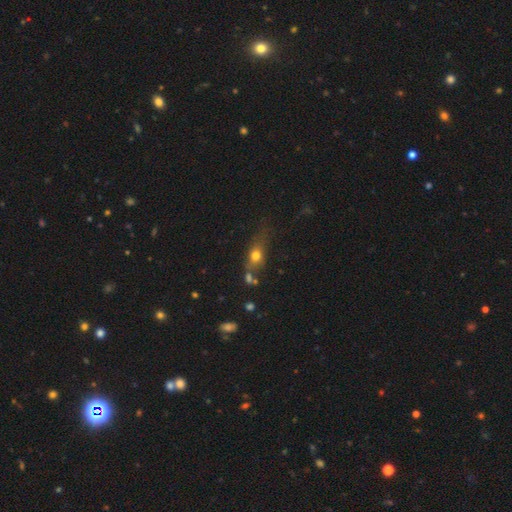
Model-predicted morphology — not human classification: smooth 70%, featured or disk 17%, star or artifact 14%. Down the decision tree: how rounded — in between (55%); merging — none (46%).